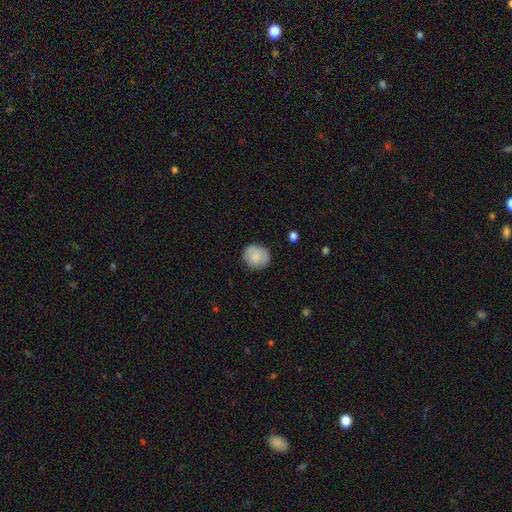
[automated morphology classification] smooth-or-featured: smooth: 83% | featured or disk: 9% | star or artifact: 7%
  how-rounded: round: 83% | in between: 16% | cigar-shaped: 1%
  merging: none: 82% | minor disturbance: 14% | major disturbance: 3% | merger: 1%